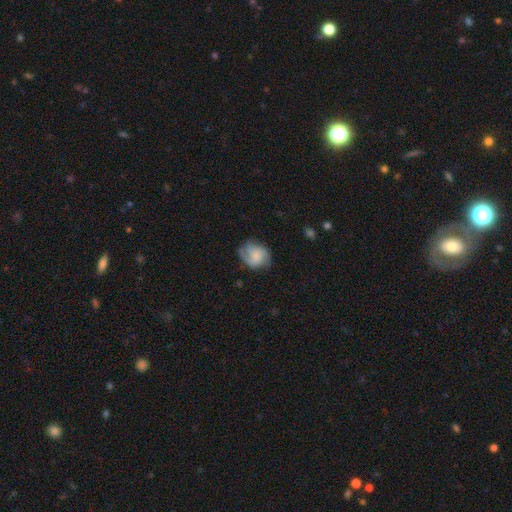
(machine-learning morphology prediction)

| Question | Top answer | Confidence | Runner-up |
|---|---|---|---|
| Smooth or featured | featured or disk | 50% | smooth (42%) |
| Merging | none | 61% | minor disturbance (24%) |